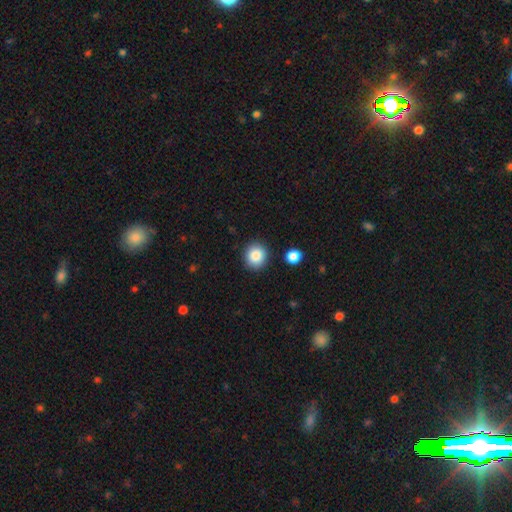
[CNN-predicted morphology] smooth_or_featured: smooth (p=0.86) [alt: star or artifact p=0.09]
how_rounded: round (p=0.87) [alt: in between p=0.12]
merging: none (p=0.88) [alt: minor disturbance p=0.07]